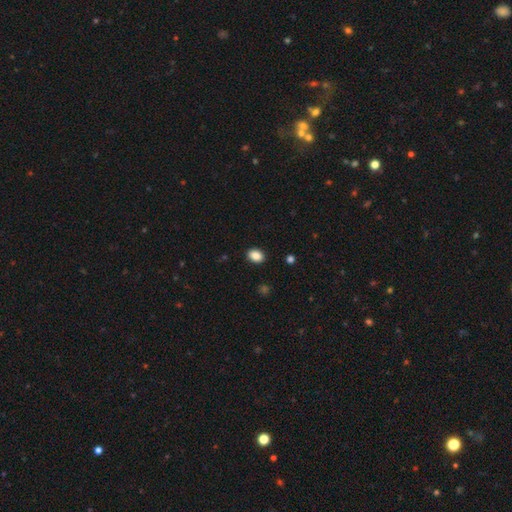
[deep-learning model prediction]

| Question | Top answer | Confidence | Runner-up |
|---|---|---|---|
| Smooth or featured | smooth | 88% | star or artifact (9%) |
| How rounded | in between | 72% | round (26%) |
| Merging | none | 90% | minor disturbance (7%) |